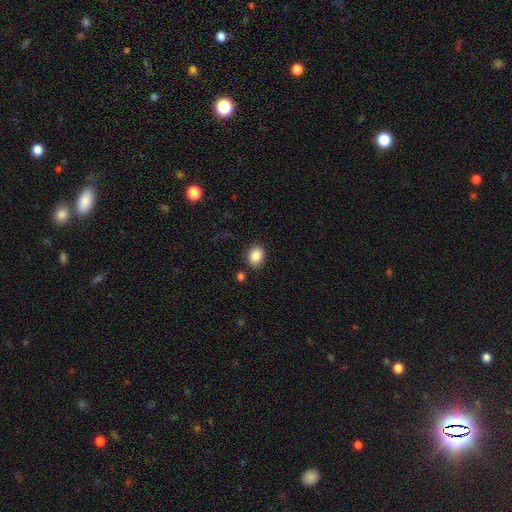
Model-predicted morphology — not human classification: Overall: smooth (87%). How rounded: in between (56%; round 43%). Merging: none (84%).